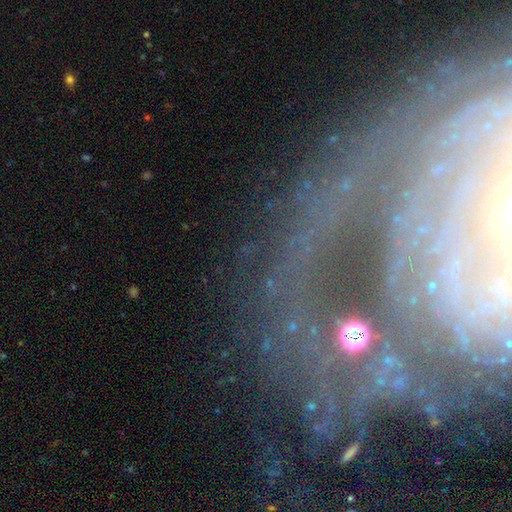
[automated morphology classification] Smooth or featured?
  - featured or disk: 74% *
  - star or artifact: 14%
  - smooth: 12%
Edge-on disk?
  - no: 93% *
  - yes: 7%
Bar?
  - no: 39% *
  - strong: 31%
  - weak: 29%
Spiral arms?
  - yes: 89% *
  - no: 11%
Spiral winding?
  - tight: 68% *
  - medium: 23%
  - loose: 9%
Spiral arm count?
  - can't tell: 28% *
  - 2: 23%
  - 3: 15%
  - 4: 12%
  - more than 4: 11%
  - 1: 11%
Bulge size?
  - small: 50% *
  - moderate: 32%
  - large: 9%
  - none: 5%
  - dominant: 4%
Merging?
  - none: 72% *
  - minor disturbance: 14%
  - major disturbance: 11%
  - merger: 4%